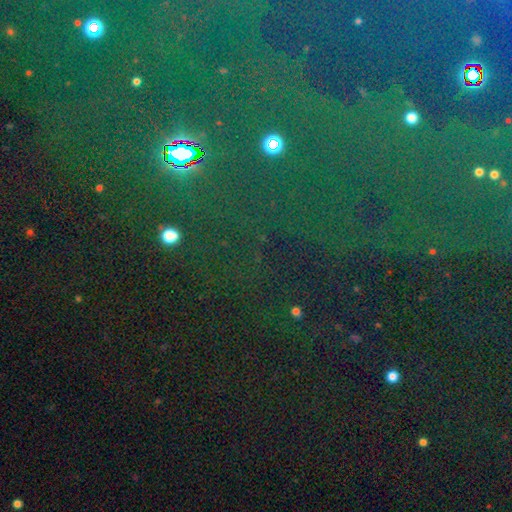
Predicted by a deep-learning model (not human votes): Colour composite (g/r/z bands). It shows a star or artifact, not a galaxy (82%).